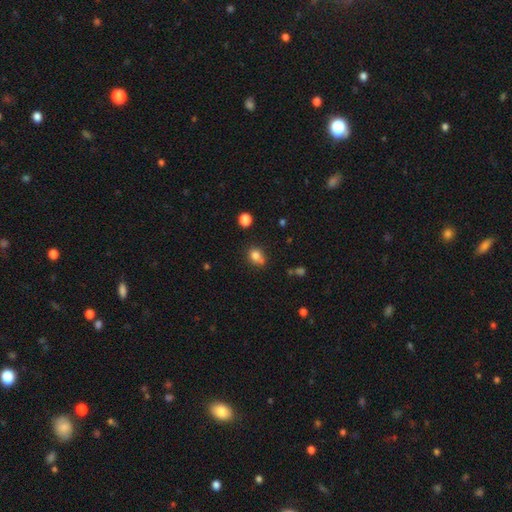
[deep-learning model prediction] A smooth galaxy with no disk features (79%) that is round (62%).

Vote fractions:
- Smooth or featured? smooth: 79% / star or artifact: 12% / featured or disk: 8%
- How rounded? round: 62% / in between: 37% / cigar-shaped: 1%
- Merging? none: 54% / minor disturbance: 21% / merger: 19% / major disturbance: 6%